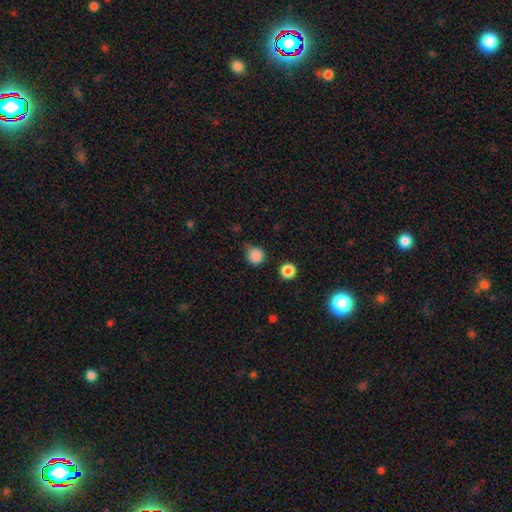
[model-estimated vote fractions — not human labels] smooth-or-featured: smooth: 84% | star or artifact: 12% | featured or disk: 4%
  how-rounded: round: 92% | in between: 7% | cigar-shaped: 1%
  merging: none: 69% | minor disturbance: 22% | major disturbance: 6% | merger: 4%